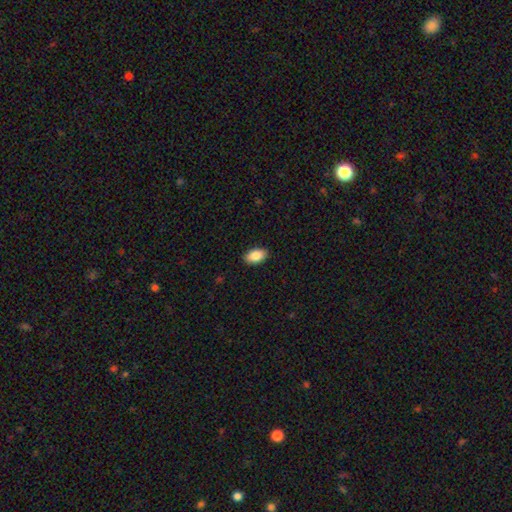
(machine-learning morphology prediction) A smooth galaxy with no disk features (87%) that is in between round and cigar-shaped (93%).

Vote fractions:
- Smooth or featured? smooth: 87% / star or artifact: 7% / featured or disk: 6%
- How rounded? in between: 93% / round: 5% / cigar-shaped: 2%
- Merging? none: 90% / minor disturbance: 8% / major disturbance: 2% / merger: 1%